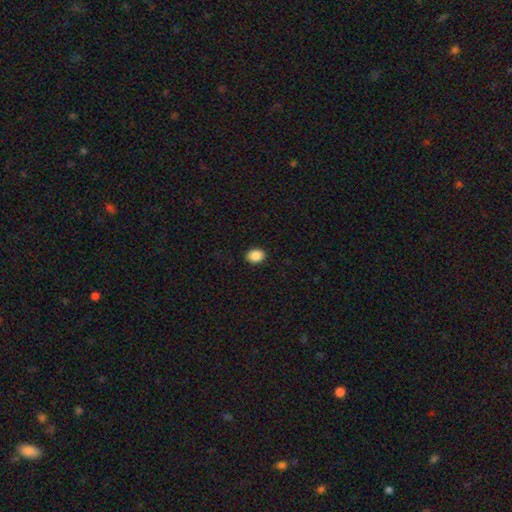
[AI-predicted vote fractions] The model was most divided on "how rounded": in between: 60%, round: 40%, cigar-shaped: 1%. More confident: merging — none (91%); smooth or featured — smooth (89%).